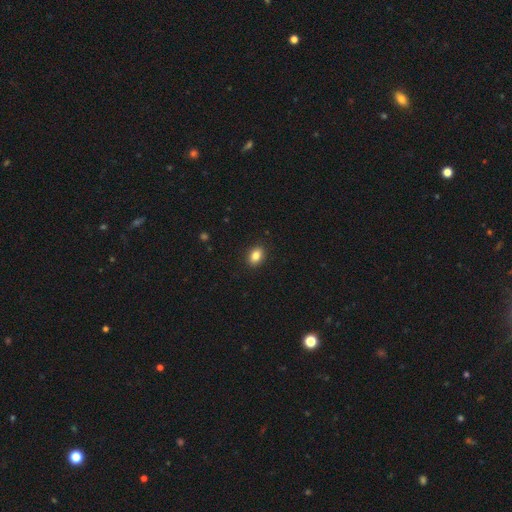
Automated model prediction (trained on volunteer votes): Overall: smooth (85%). How rounded: in between (77%). Merging: none (90%).